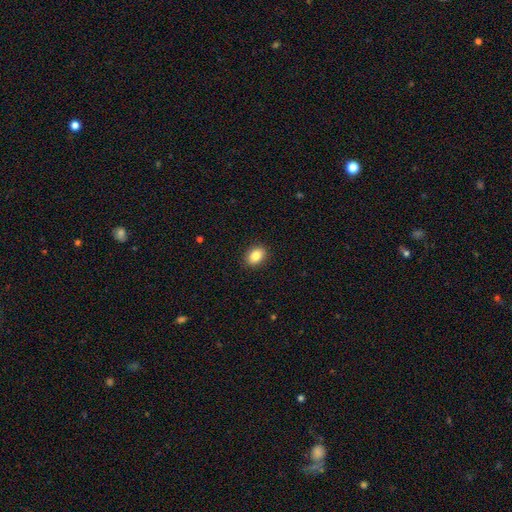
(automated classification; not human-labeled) smooth 85%, star or artifact 9%, featured or disk 6%. Down the decision tree: how rounded — in between (73%); merging — none (90%).